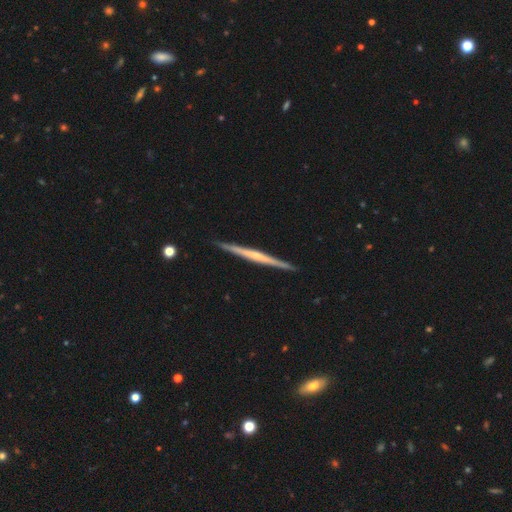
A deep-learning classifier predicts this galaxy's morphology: A featured or disk galaxy (70%) viewed edge-on (98%) with no central bulge (57%). Merging: none (91%).